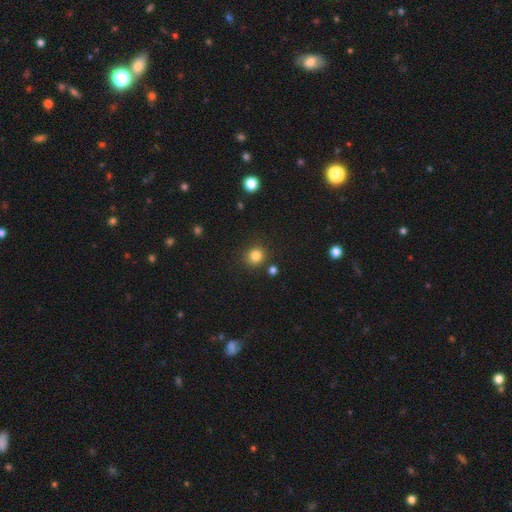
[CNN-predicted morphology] Smooth or featured? Predicted: smooth (p=0.83). How rounded? Predicted: round (p=0.88). Merging? Predicted: none (p=0.85).